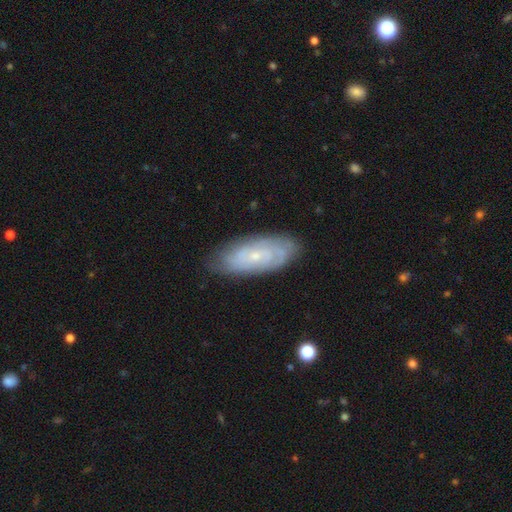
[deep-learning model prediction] Smooth or featured?
  - featured or disk: 68% *
  - smooth: 25%
  - star or artifact: 7%
Edge-on disk?
  - no: 90% *
  - yes: 10%
Bar?
  - no: 73% *
  - weak: 22%
  - strong: 4%
Spiral arms?
  - yes: 86% *
  - no: 14%
Spiral winding?
  - tight: 70% *
  - medium: 24%
  - loose: 7%
Spiral arm count?
  - can't tell: 54% *
  - 2: 20%
  - 3: 11%
  - 4: 7%
  - more than 4: 4%
  - 1: 4%
Bulge size?
  - small: 77% *
  - moderate: 19%
  - none: 3%
  - large: 1%
  - dominant: 1%
Merging?
  - none: 80% *
  - minor disturbance: 16%
  - major disturbance: 3%
  - merger: 1%